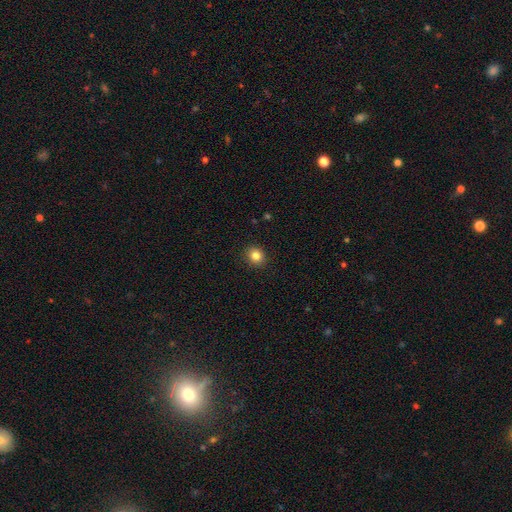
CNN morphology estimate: This appears to be a smooth galaxy with no disk features (84%) that is round (84%). Merging: none (91%).